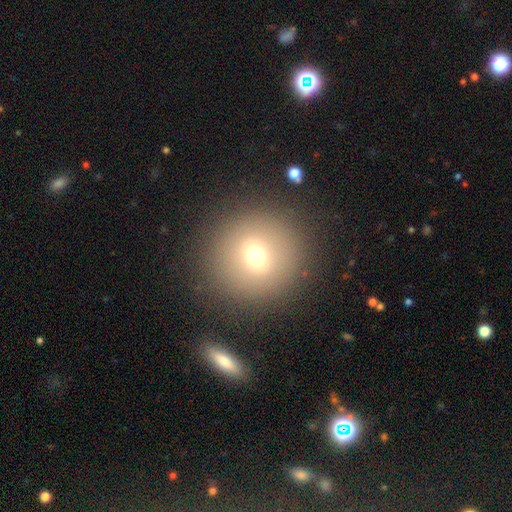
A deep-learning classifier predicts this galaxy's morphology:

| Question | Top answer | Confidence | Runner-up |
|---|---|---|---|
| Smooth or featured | smooth | 68% | featured or disk (18%) |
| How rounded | round | 93% | in between (6%) |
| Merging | none | 86% | minor disturbance (7%) |